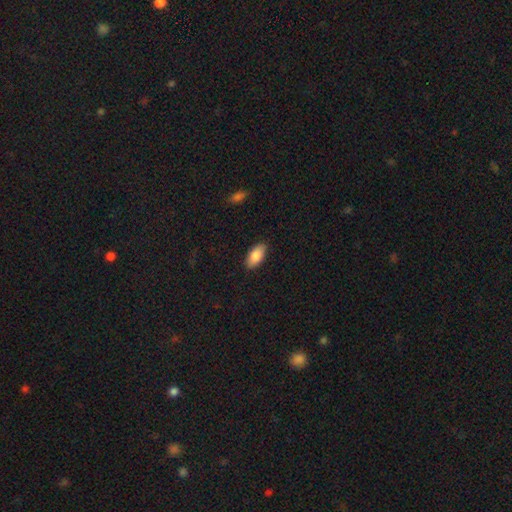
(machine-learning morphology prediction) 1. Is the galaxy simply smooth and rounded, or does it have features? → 87% smooth, 7% featured or disk, 6% star or artifact.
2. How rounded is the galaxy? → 92% in between, 5% cigar-shaped, 2% round.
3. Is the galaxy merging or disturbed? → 88% none, 9% minor disturbance, 2% major disturbance, 1% merger.